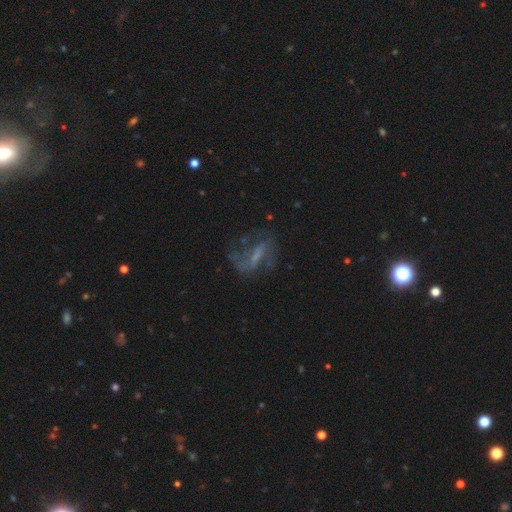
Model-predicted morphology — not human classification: smooth_or_featured: featured or disk (p=0.64) [alt: smooth p=0.22]
disk_edge_on: no (p=0.91) [alt: yes p=0.09]
bar: weak (p=0.38) [alt: strong p=0.36]
has_spiral_arms: yes (p=0.69) [alt: no p=0.31]
bulge_size: none (p=0.44) [alt: small p=0.34]
merging: none (p=0.49) [alt: major disturbance p=0.28]